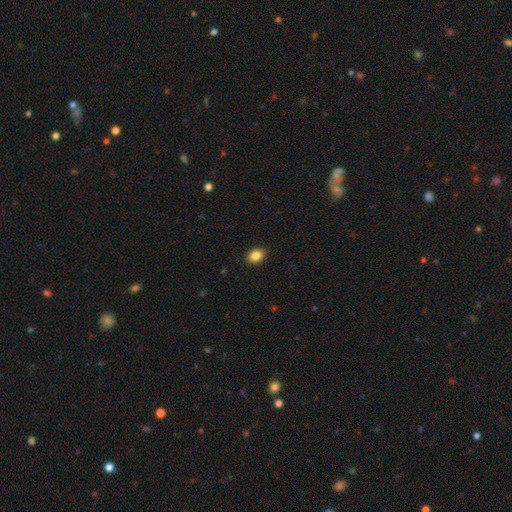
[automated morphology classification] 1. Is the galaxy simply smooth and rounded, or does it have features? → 86% smooth, 9% star or artifact, 5% featured or disk.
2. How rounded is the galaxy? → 74% in between, 25% round, 1% cigar-shaped.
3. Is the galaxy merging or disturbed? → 90% none, 8% minor disturbance, 2% major disturbance, 1% merger.